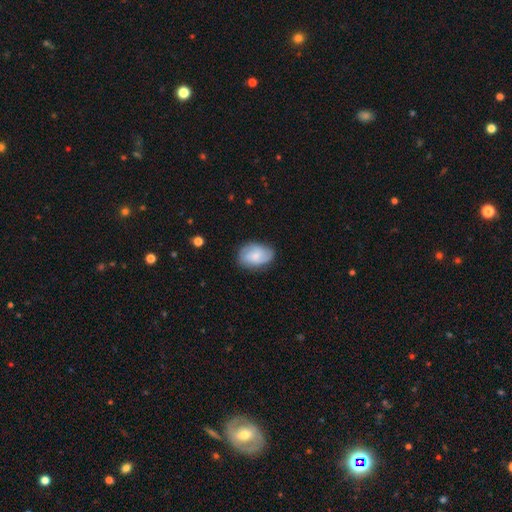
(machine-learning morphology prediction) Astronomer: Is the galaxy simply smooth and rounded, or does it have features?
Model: featured or disk — 47% (runner-up: smooth, 46%).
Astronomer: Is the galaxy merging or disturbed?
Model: none — 76%.